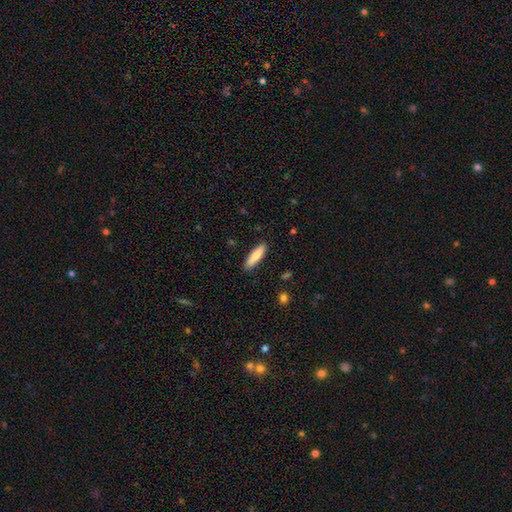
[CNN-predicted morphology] Smooth or featured: smooth — 81% (featured or disk — 13%)
How rounded: cigar-shaped — 71% (in between — 27%)
Merging: none — 88% (minor disturbance — 9%)